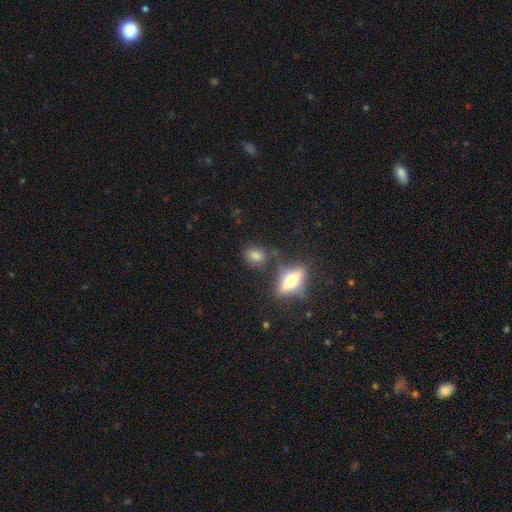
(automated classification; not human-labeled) Smooth or featured? smooth (72%)
How rounded? in between (63%)
Merging? none (68%)